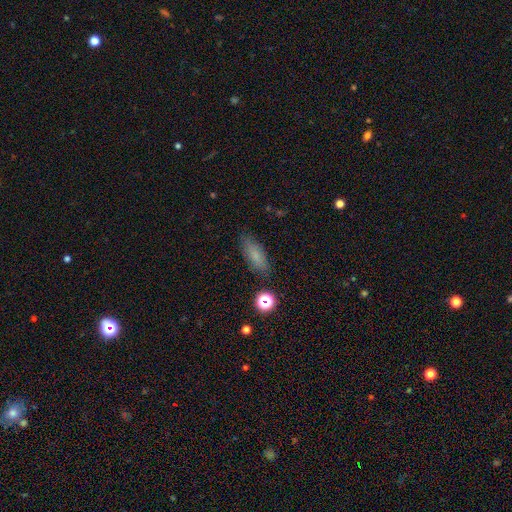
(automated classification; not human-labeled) Smooth or featured: smooth — 77% (featured or disk — 12%)
How rounded: in between — 69% (cigar-shaped — 27%)
Merging: none — 80% (minor disturbance — 13%)